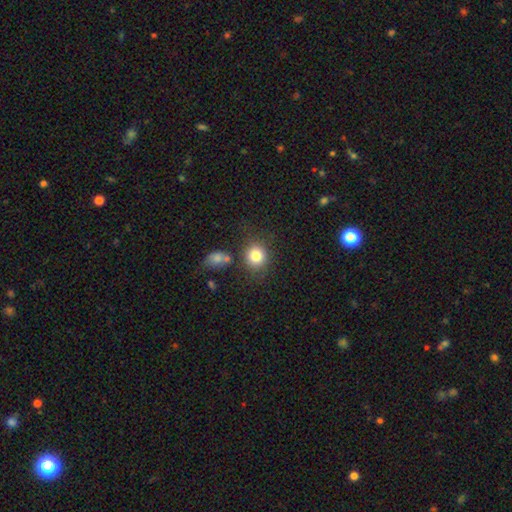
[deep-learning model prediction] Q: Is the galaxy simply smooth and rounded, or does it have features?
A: smooth — 82%.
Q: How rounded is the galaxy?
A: round — 82%.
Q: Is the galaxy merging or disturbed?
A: none — 73%.